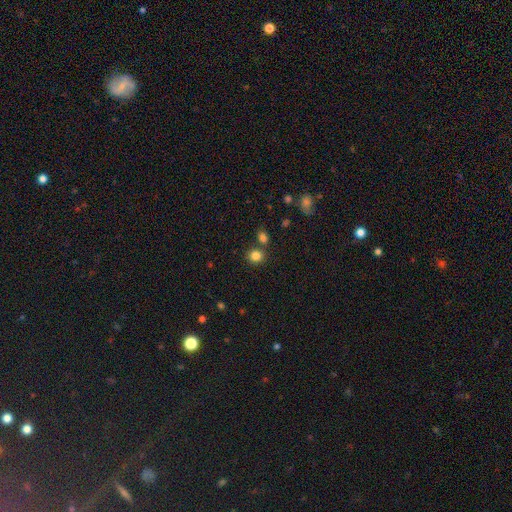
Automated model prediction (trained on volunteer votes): Overall: smooth (83%). How rounded: round (79%). Merging: none (73%).